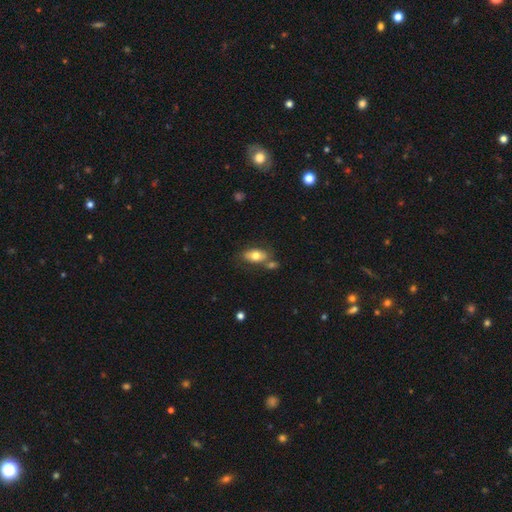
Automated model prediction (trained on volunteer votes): Smooth or featured?
  - smooth: 72% *
  - featured or disk: 20%
  - star or artifact: 7%
How rounded?
  - in between: 90% *
  - round: 6%
  - cigar-shaped: 3%
Merging?
  - none: 54% *
  - merger: 23%
  - minor disturbance: 16%
  - major disturbance: 6%